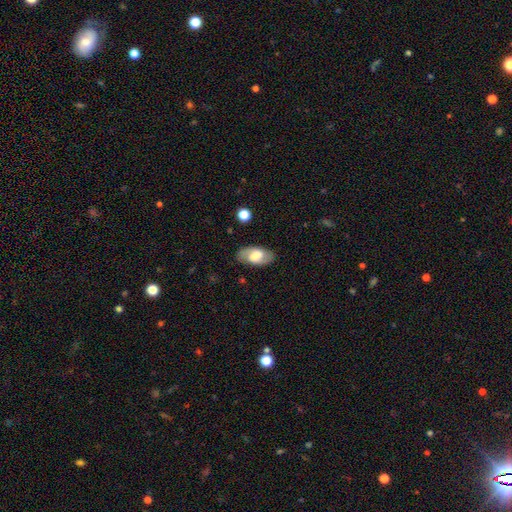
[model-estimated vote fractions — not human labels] Smooth or featured?
  - smooth: 54% *
  - featured or disk: 39%
  - star or artifact: 7%
How rounded?
  - in between: 93% *
  - round: 3%
  - cigar-shaped: 3%
Merging?
  - none: 82% *
  - minor disturbance: 12%
  - major disturbance: 4%
  - merger: 1%